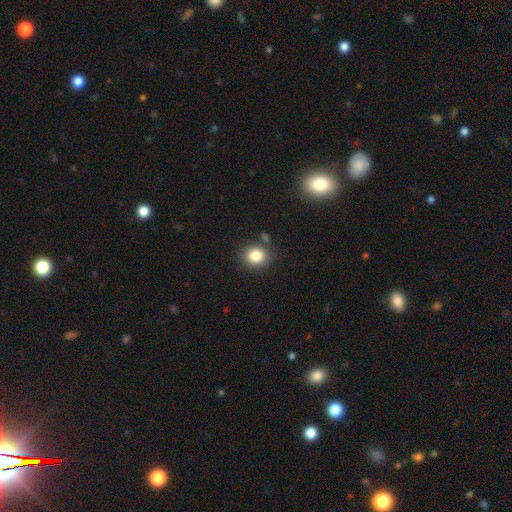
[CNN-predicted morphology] Smooth or featured: smooth — 83% (star or artifact — 11%)
How rounded: round — 76% (in between — 23%)
Merging: none — 81% (minor disturbance — 10%)